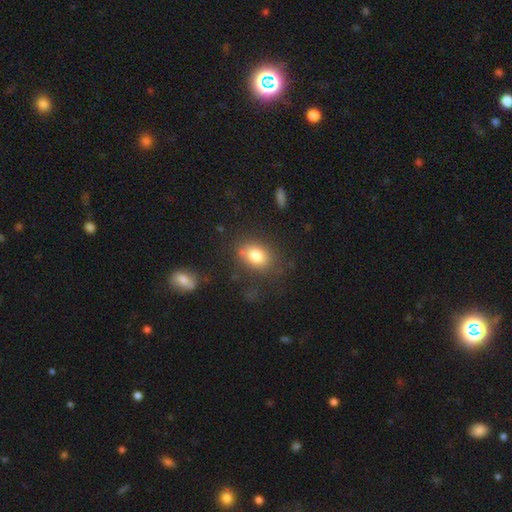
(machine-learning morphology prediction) type=smooth (79%); roundness=in between (71%); merging=none (69%).